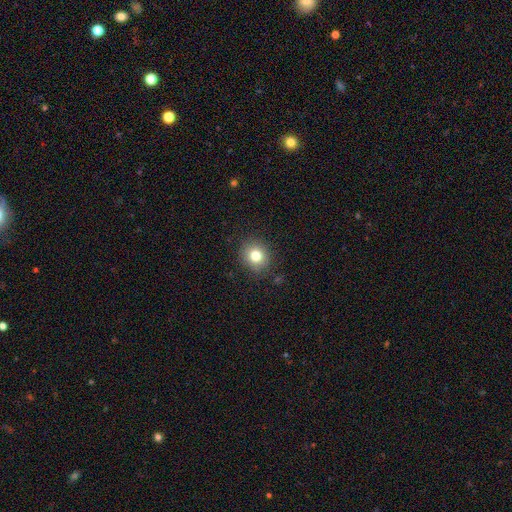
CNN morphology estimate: smooth_or_featured: smooth (p=0.79) [alt: star or artifact p=0.12]
how_rounded: round (p=0.79) [alt: in between p=0.20]
merging: none (p=0.87) [alt: minor disturbance p=0.09]